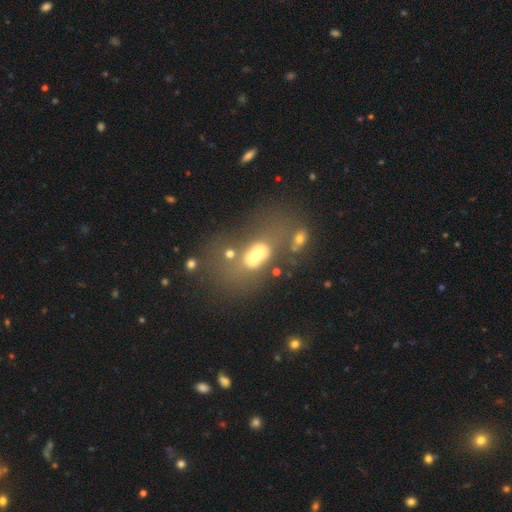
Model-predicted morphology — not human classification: type=smooth (49%); merging=none (35%).